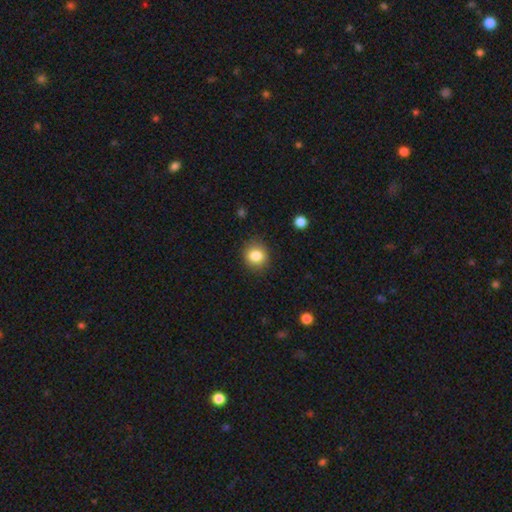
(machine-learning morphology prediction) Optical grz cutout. It shows a smooth galaxy with no disk features (84%) that is round (81%). Merging: none (85%).